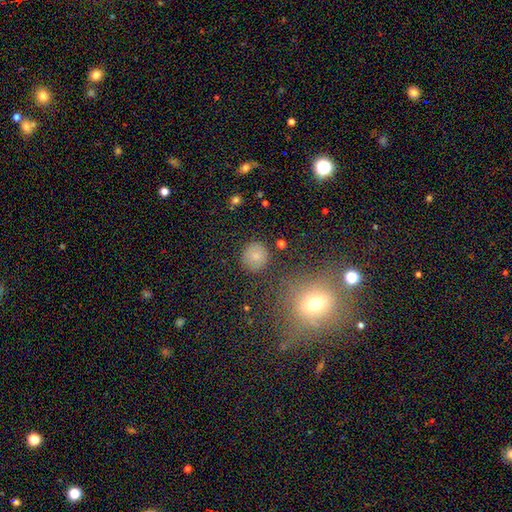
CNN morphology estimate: This appears to be a smooth galaxy with no disk features (77%) that is round (91%). Merging: none (85%).